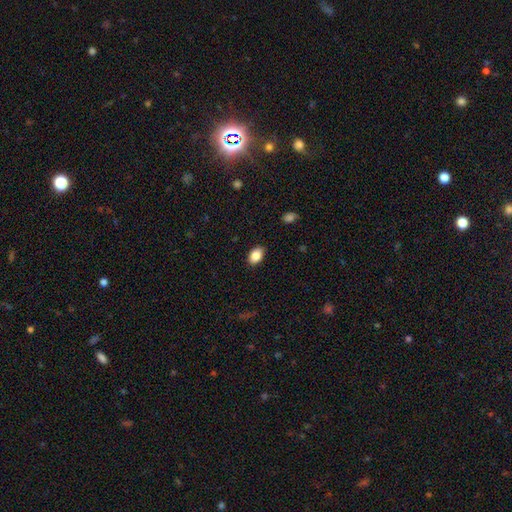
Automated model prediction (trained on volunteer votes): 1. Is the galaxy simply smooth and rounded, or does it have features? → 87% smooth, 8% star or artifact, 5% featured or disk.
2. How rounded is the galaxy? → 86% in between, 13% round, 1% cigar-shaped.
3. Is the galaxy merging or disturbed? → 87% none, 9% minor disturbance, 2% major disturbance, 1% merger.